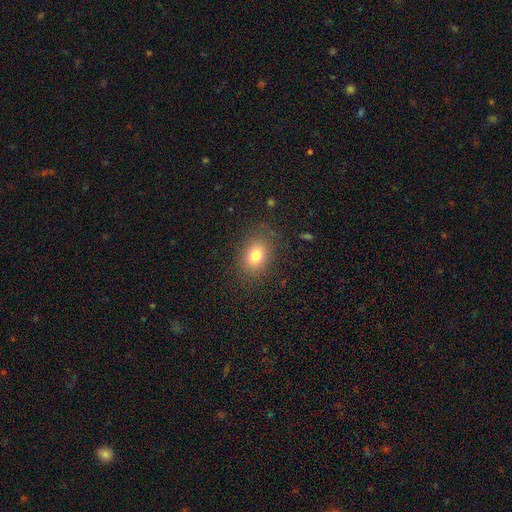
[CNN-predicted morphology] Smooth or featured: smooth — 79% (star or artifact — 11%)
How rounded: in between — 69% (round — 30%)
Merging: none — 83% (minor disturbance — 11%)